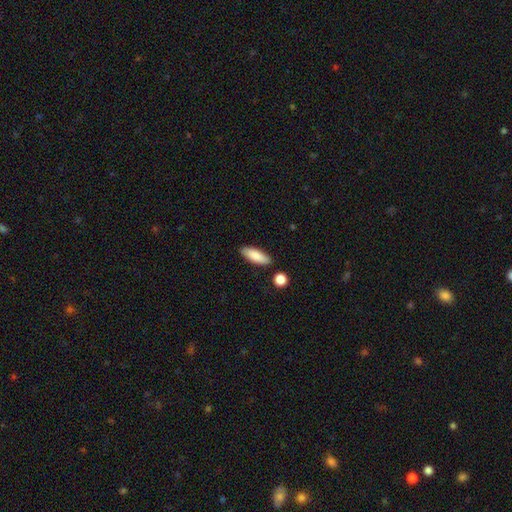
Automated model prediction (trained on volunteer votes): Smooth or featured: smooth — 86% (featured or disk — 8%)
How rounded: in between — 66% (cigar-shaped — 32%)
Merging: none — 84% (minor disturbance — 11%)